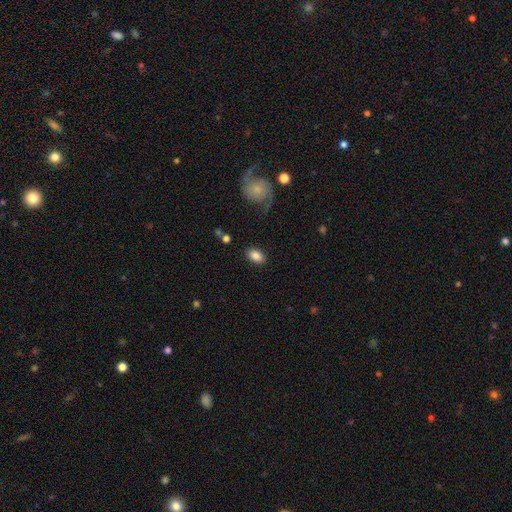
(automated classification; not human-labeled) This appears to be a smooth galaxy with no disk features (86%) that is in between round and cigar-shaped (87%). Merging: none (84%).